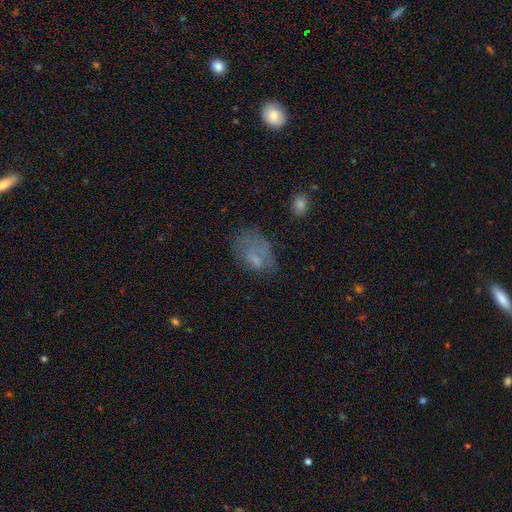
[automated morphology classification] Smooth or featured: smooth — 57% (featured or disk — 29%)
How rounded: in between — 83% (round — 15%)
Merging: none — 39% (major disturbance — 29%)